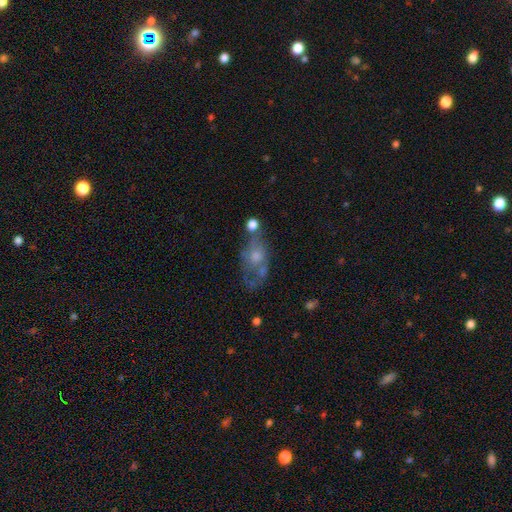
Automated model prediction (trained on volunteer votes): This is possibly a featured or disk galaxy (52%). It is clearly not viewed edge-on (89%). Merging: marginally none (40%).